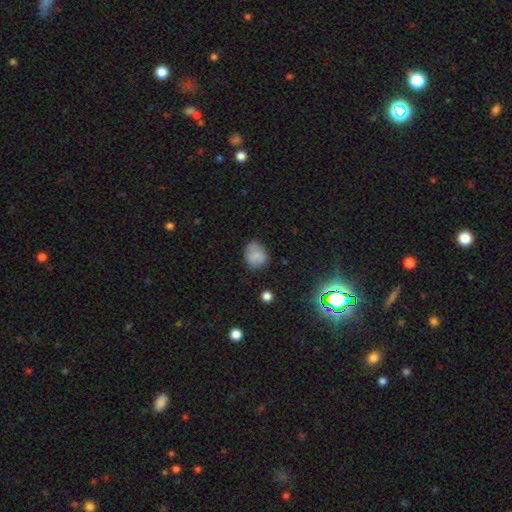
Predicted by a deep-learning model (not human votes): Smooth or featured? smooth (75%)
How rounded? round (57%)
Merging? none (61%)